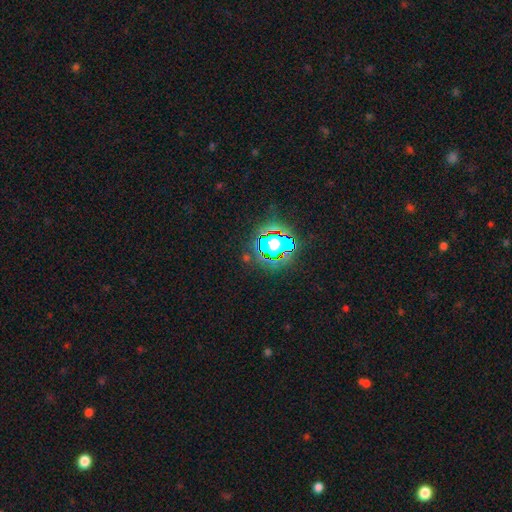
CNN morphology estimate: A star or artifact, not a galaxy (81%).